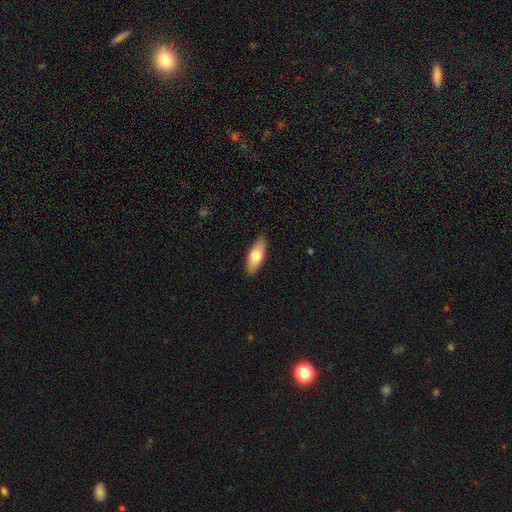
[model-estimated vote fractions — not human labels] This appears to be a smooth galaxy with no disk features (69%) that is in between round and cigar-shaped (70%). Merging: none (89%).